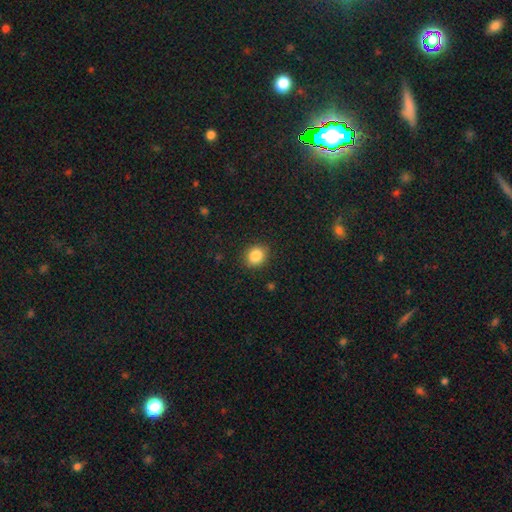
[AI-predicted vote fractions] Smooth or featured? Predicted: smooth (p=0.86). How rounded? Predicted: round (p=0.62). Merging? Predicted: none (p=0.88).